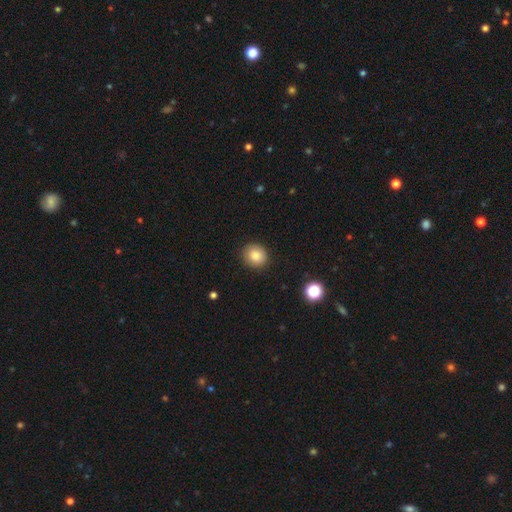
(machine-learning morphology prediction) A smooth galaxy with no disk features (84%) that is round (81%). Merging: none (87%).